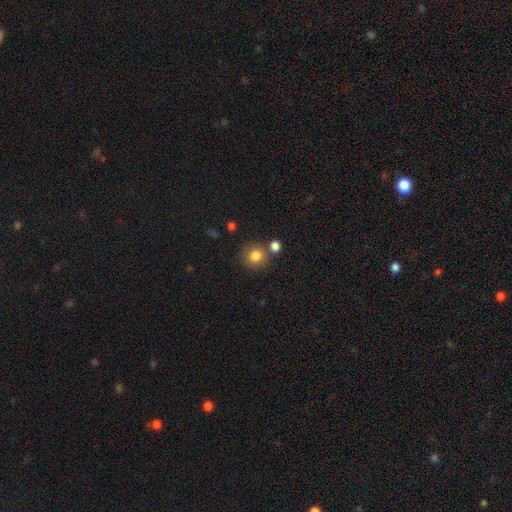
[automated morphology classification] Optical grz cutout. It shows a smooth galaxy with no disk features (83%) that is round (88%). Merging: none (75%).